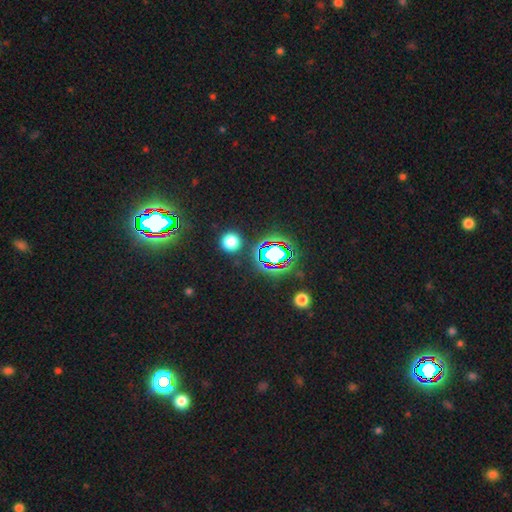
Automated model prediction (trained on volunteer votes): smooth_or_featured: star or artifact (p=0.78) [alt: smooth p=0.14]